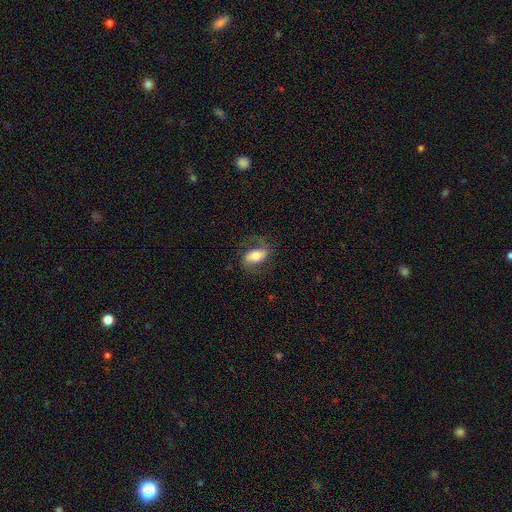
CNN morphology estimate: This appears to be a featured or disk galaxy (47%). Merging: none (68%).